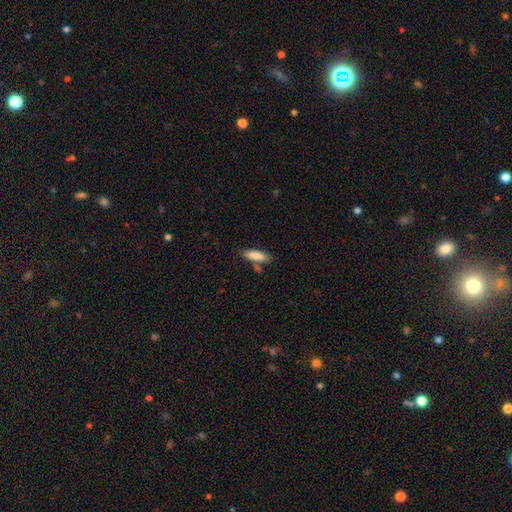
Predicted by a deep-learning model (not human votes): Smooth or featured: smooth — 85% (featured or disk — 9%)
How rounded: cigar-shaped — 52% (in between — 46%)
Merging: none — 70% (minor disturbance — 15%)